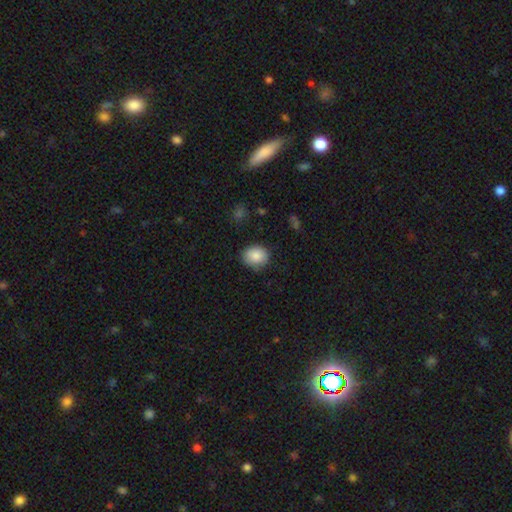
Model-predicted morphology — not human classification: smooth_or_featured: smooth (p=0.87) [alt: star or artifact p=0.08]
how_rounded: round (p=0.61) [alt: in between p=0.38]
merging: none (p=0.82) [alt: minor disturbance p=0.14]